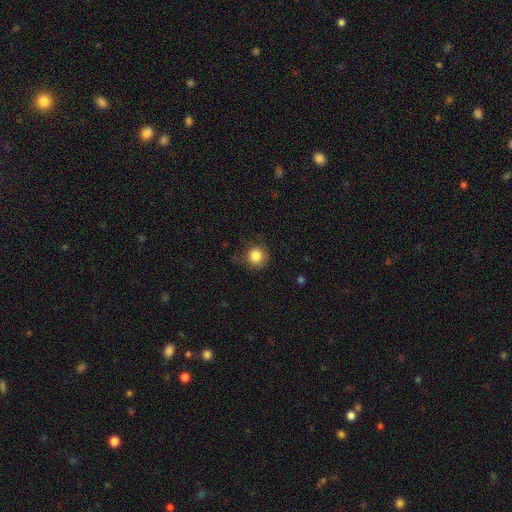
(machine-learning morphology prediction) Smooth or featured? smooth (85%)
How rounded? round (91%)
Merging? none (74%)